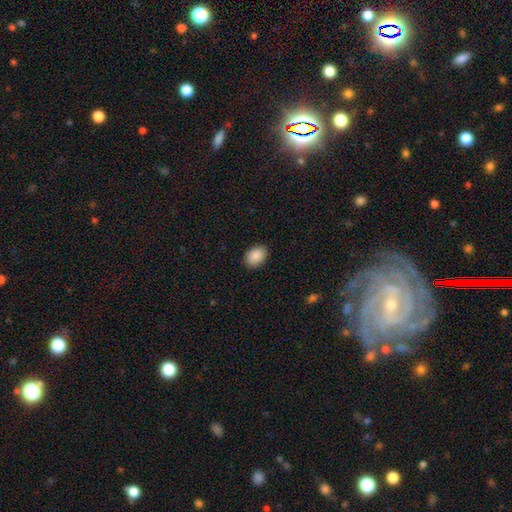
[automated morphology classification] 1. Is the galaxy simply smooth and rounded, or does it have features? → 90% smooth, 7% star or artifact, 3% featured or disk.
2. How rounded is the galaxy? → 81% in between, 18% round, 1% cigar-shaped.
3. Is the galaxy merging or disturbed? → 88% none, 9% minor disturbance, 2% major disturbance, 1% merger.